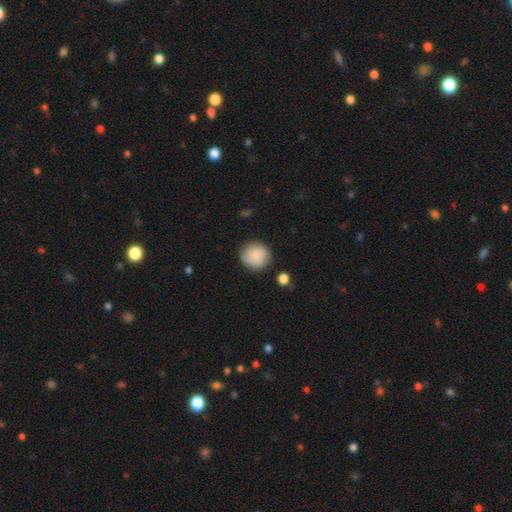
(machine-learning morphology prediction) type=smooth (78%); roundness=round (91%); merging=none (81%).